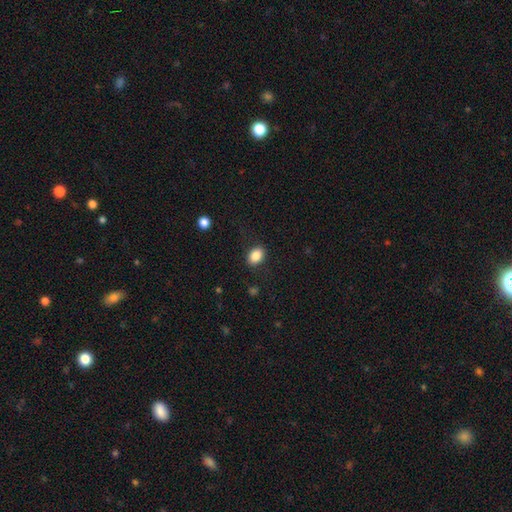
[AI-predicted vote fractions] Smooth or featured? Predicted: smooth (p=0.87). How rounded? Predicted: in between (p=0.73). Merging? Predicted: none (p=0.86).